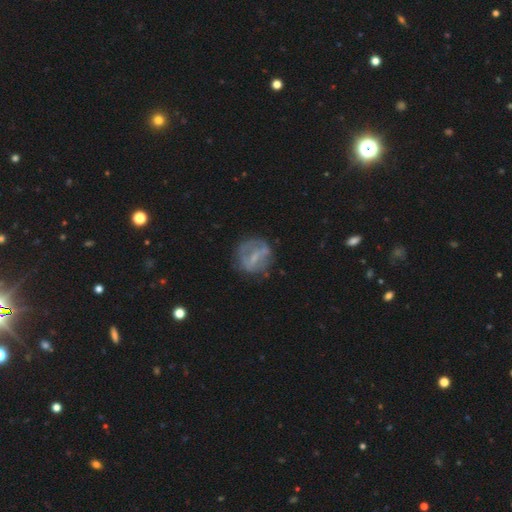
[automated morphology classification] Smooth or featured?
  - featured or disk: 57% *
  - smooth: 34%
  - star or artifact: 9%
Edge-on disk?
  - no: 96% *
  - yes: 4%
Bar?
  - weak: 45% *
  - no: 28%
  - strong: 28%
Spiral arms?
  - no: 59% *
  - yes: 41%
Bulge size?
  - small: 43% *
  - none: 33%
  - moderate: 21%
  - large: 2%
  - dominant: 1%
Merging?
  - none: 63% *
  - minor disturbance: 21%
  - major disturbance: 14%
  - merger: 3%